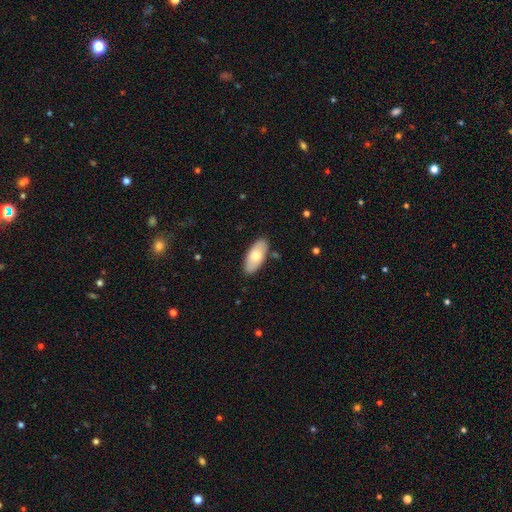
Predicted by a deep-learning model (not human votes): Smooth or featured?
  - smooth: 71% *
  - featured or disk: 24%
  - star or artifact: 6%
How rounded?
  - in between: 90% *
  - cigar-shaped: 8%
  - round: 2%
Merging?
  - none: 86% *
  - minor disturbance: 10%
  - merger: 2%
  - major disturbance: 2%